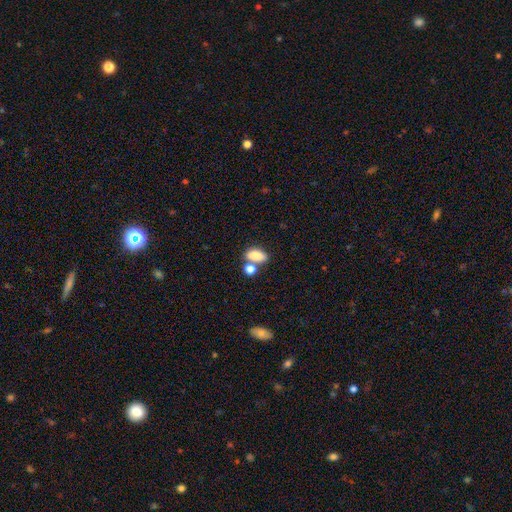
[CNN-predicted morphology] This appears to be a smooth galaxy with no disk features (82%) that is in between round and cigar-shaped (85%). Merging: none (49%).